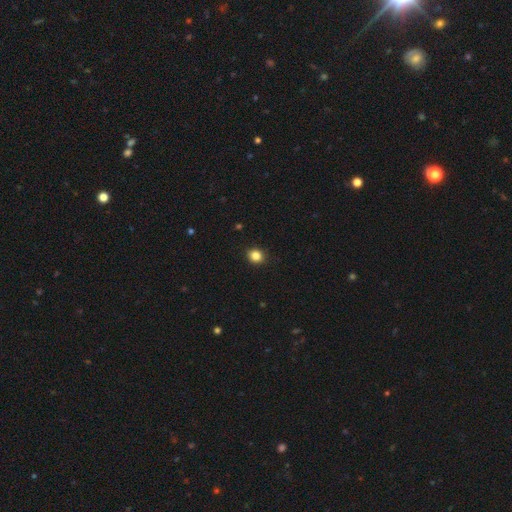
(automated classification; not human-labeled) smooth 86%, star or artifact 11%, featured or disk 4%. Down the decision tree: how rounded — round (75%); merging — none (90%).